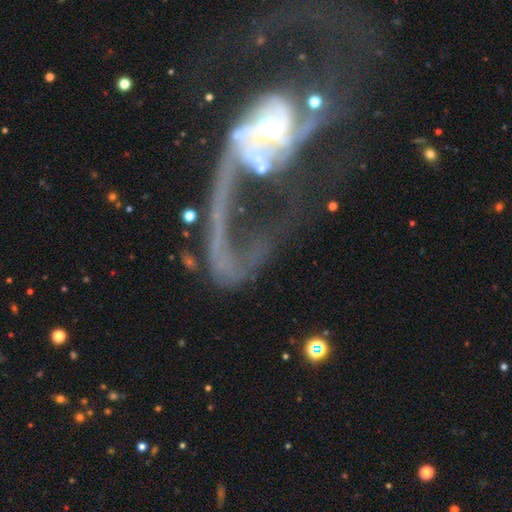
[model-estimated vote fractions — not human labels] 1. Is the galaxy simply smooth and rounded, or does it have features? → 75% featured or disk, 14% smooth, 11% star or artifact.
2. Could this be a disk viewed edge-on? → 94% no, 6% yes.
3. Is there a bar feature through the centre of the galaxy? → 61% no, 24% weak, 15% strong.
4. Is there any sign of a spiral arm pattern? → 66% yes, 34% no.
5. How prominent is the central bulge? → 54% moderate, 27% small, 10% large, 5% none, 4% dominant.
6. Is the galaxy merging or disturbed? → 55% major disturbance, 25% merger, 13% none, 7% minor disturbance.